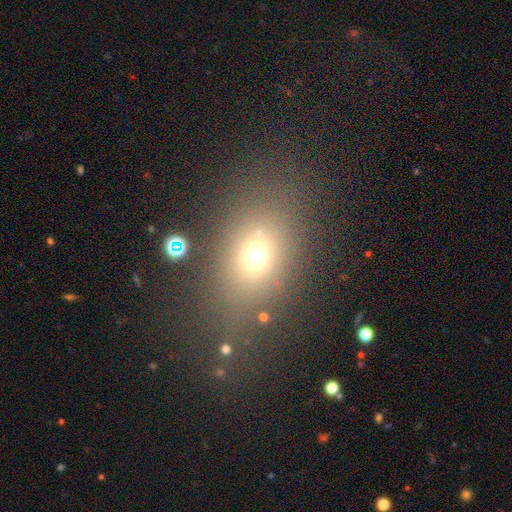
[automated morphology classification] Smooth or featured? smooth (66%)
How rounded? in between (63%)
Merging? none (75%)